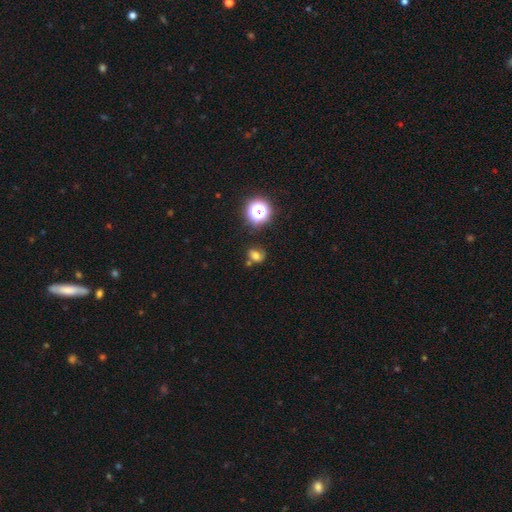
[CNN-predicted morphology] Smooth or featured? Predicted: smooth (p=0.63). How rounded? Predicted: in between (p=0.51). Merging? Predicted: none (p=0.56).